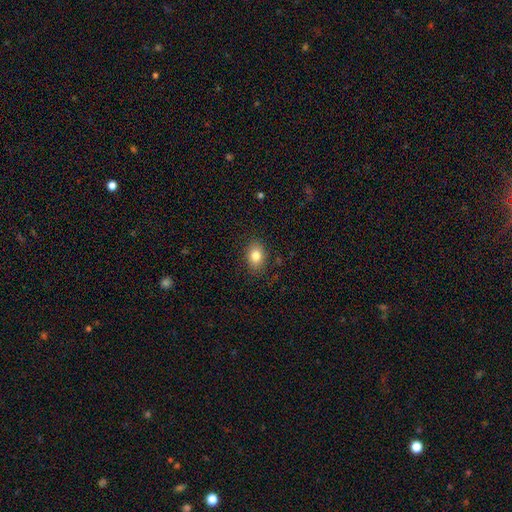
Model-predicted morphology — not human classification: Overall: smooth (82%). How rounded: in between (77%). Merging: none (86%).